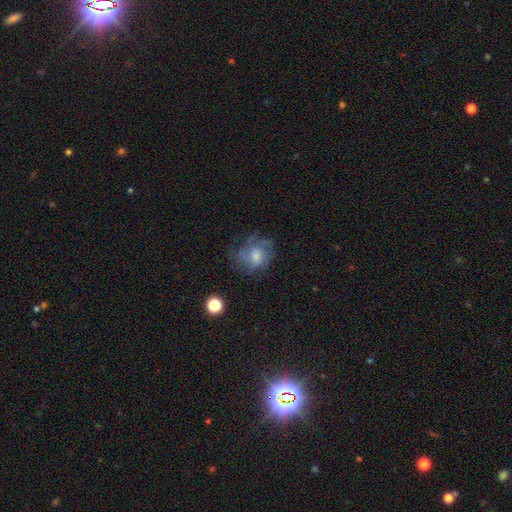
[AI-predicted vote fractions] smooth_or_featured: featured or disk (p=0.53) [alt: smooth p=0.36]
disk_edge_on: no (p=0.97) [alt: yes p=0.03]
bar: no (p=0.67) [alt: weak p=0.28]
has_spiral_arms: yes (p=0.70) [alt: no p=0.30]
bulge_size: moderate (p=0.45) [alt: small p=0.31]
merging: none (p=0.54) [alt: minor disturbance p=0.23]